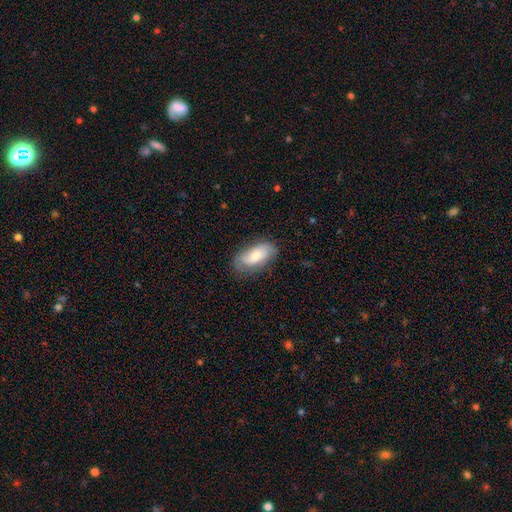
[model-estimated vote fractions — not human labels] smooth_or_featured: smooth (p=0.60) [alt: featured or disk p=0.33]
how_rounded: in between (p=0.90) [alt: cigar-shaped p=0.07]
merging: none (p=0.73) [alt: minor disturbance p=0.20]